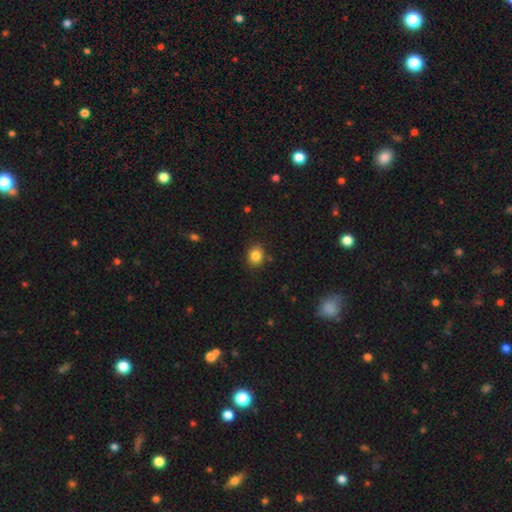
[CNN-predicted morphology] The model was most divided on "how rounded": round: 58%, in between: 41%, cigar-shaped: 1%. More confident: merging — none (85%); smooth or featured — smooth (84%).